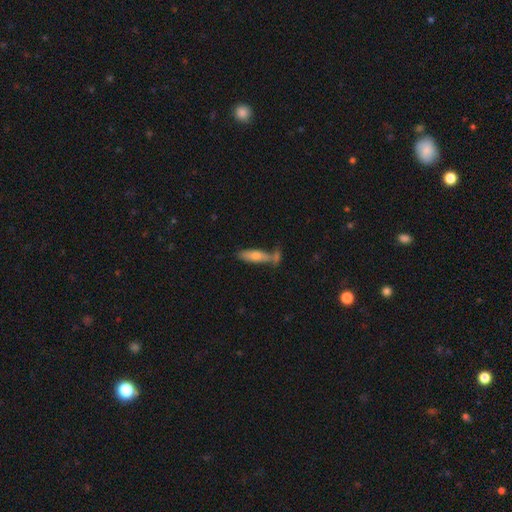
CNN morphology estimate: This appears to be a smooth galaxy with no disk features (65%) that is cigar-shaped (51%). Merging: none (51%).